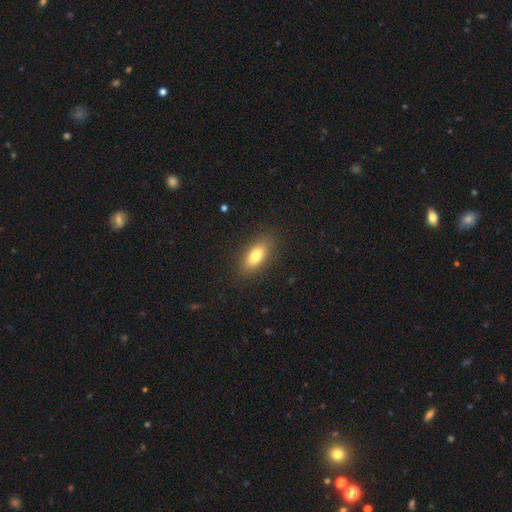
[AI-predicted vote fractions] This appears to be a smooth galaxy with no disk features (78%) that is in between round and cigar-shaped (80%). Merging: none (87%).